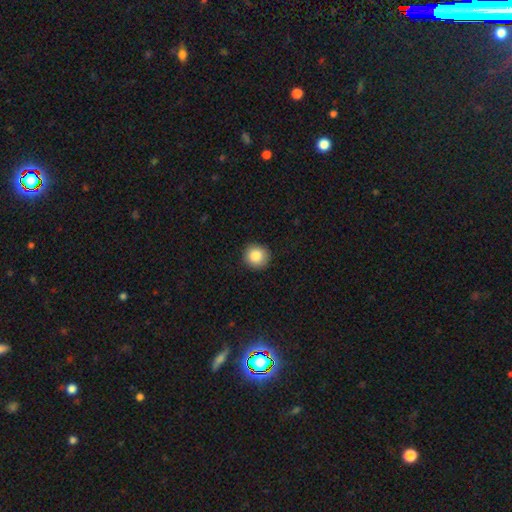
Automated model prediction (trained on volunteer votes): A smooth galaxy with no disk features (86%) that is round (92%). Merging: none (90%).